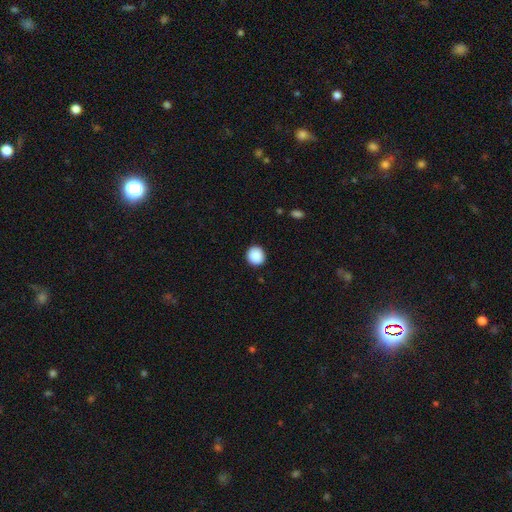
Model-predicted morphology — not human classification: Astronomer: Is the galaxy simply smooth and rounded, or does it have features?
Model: smooth — 90%.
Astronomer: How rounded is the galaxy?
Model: round — 89%.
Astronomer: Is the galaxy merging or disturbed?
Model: none — 91%.